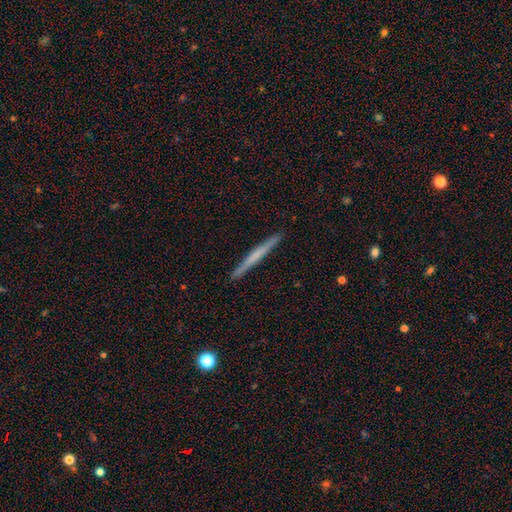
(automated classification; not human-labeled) This is possibly a featured or disk galaxy (48%). Merging: clearly none (92%).